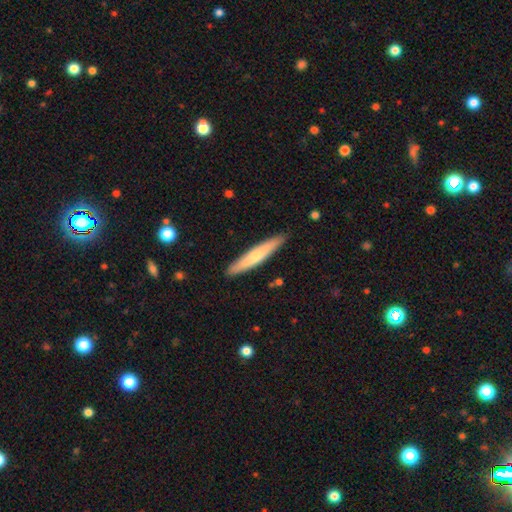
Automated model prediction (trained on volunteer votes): Overall: smooth (55%; featured or disk 40%). How rounded: cigar-shaped (92%). Merging: none (90%).